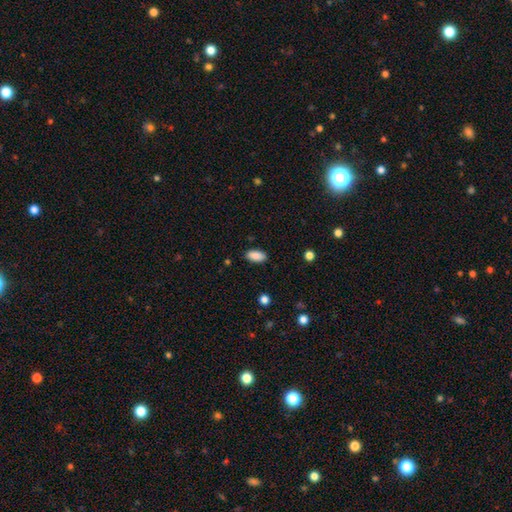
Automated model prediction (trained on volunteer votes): smooth_or_featured: smooth (p=0.89) [alt: star or artifact p=0.07]
how_rounded: in between (p=0.92) [alt: cigar-shaped p=0.05]
merging: none (p=0.88) [alt: minor disturbance p=0.09]